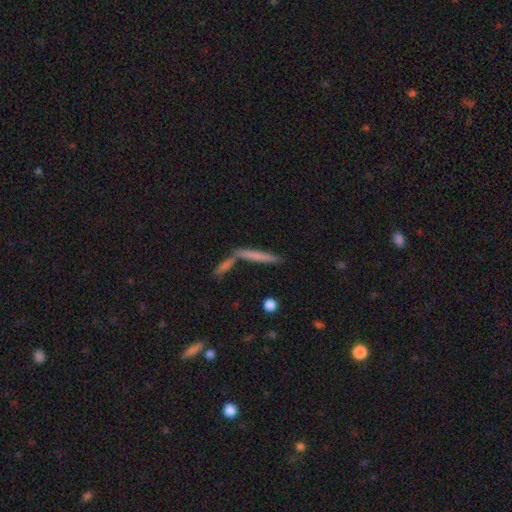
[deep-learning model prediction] Overall: smooth (63%; featured or disk 28%). How rounded: cigar-shaped (92%). Merging: none (57%; merger 30%).